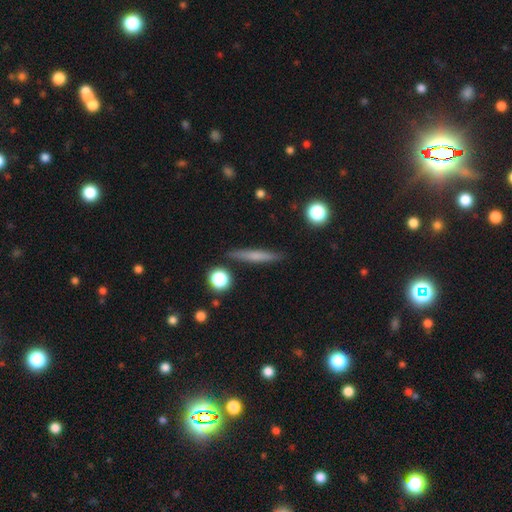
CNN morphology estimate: This is possibly a smooth galaxy (55%). How rounded: clearly cigar-shaped (91%). Merging: clearly none (88%).